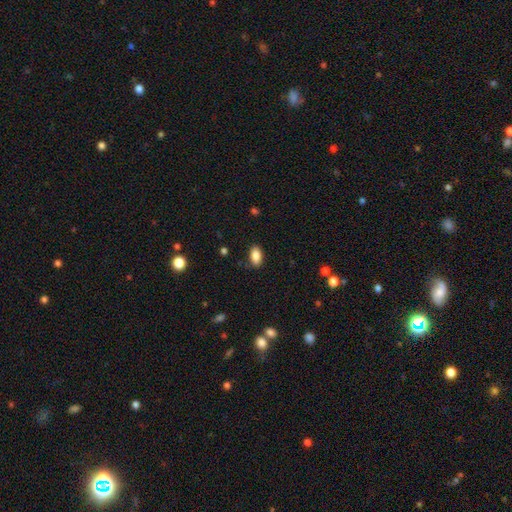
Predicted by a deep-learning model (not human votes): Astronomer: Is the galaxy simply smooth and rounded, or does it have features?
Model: smooth — 86%.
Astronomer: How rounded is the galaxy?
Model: in between — 91%.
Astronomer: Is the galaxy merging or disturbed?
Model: none — 85%.